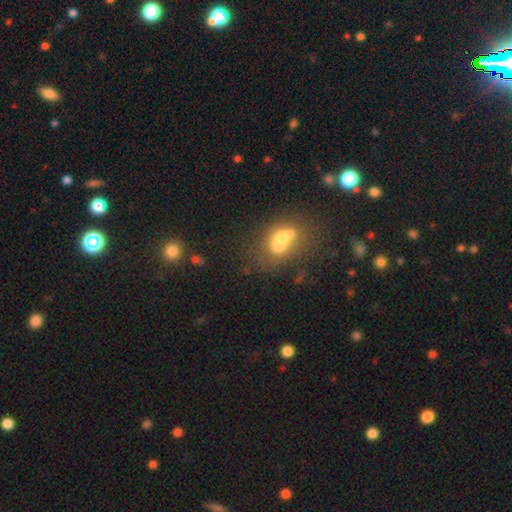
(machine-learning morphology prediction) Smooth or featured? Predicted: smooth (p=0.52). How rounded? Predicted: in between (p=0.54). Merging? Predicted: merger (p=0.56).